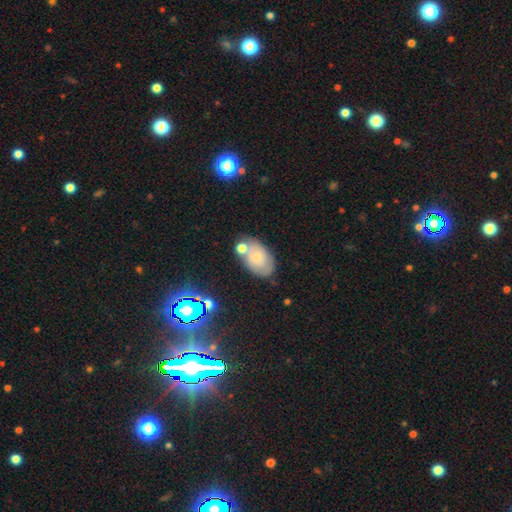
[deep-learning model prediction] A smooth galaxy with no disk features (59%) that is in between round and cigar-shaped (90%). Merging: none (57%).